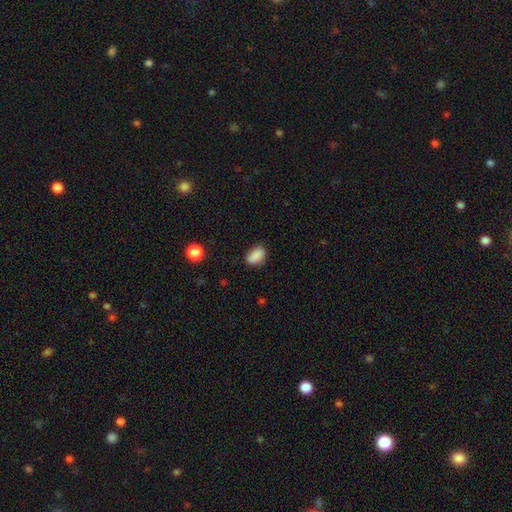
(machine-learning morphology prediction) The model was most divided on "merging": none: 78%, minor disturbance: 17%, major disturbance: 4%, merger: 2%. More confident: smooth or featured — smooth (87%); how rounded — in between (85%).